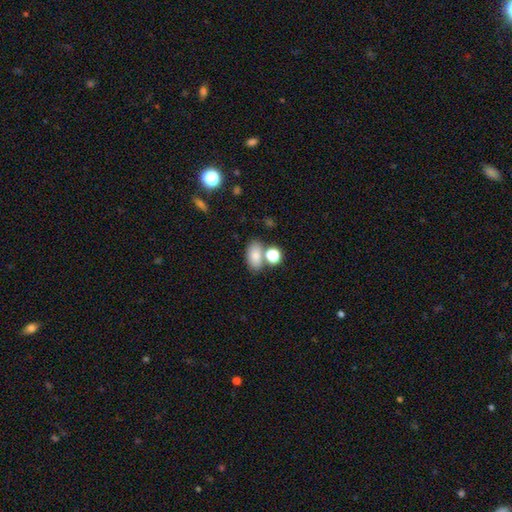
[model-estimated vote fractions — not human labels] smooth 79%, star or artifact 11%, featured or disk 11%. Down the decision tree: how rounded — in between (86%); merging — none (60%).